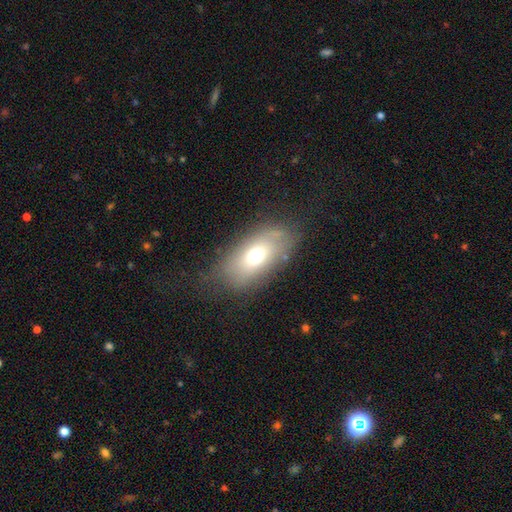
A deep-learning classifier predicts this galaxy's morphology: This is likely a smooth galaxy (64%). How rounded: clearly in between (86%). Merging: likely none (71%).